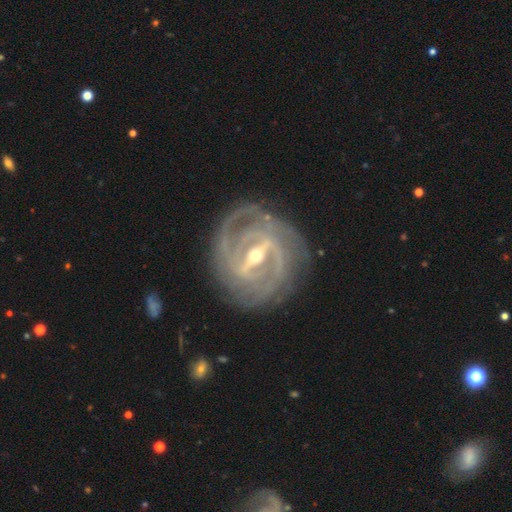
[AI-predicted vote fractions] A featured or disk galaxy (92%) with a strong bar (74%), 2 (26%) tight (70%) spiral arms (95%) and a small central bulge (53%). Merging: none (80%).